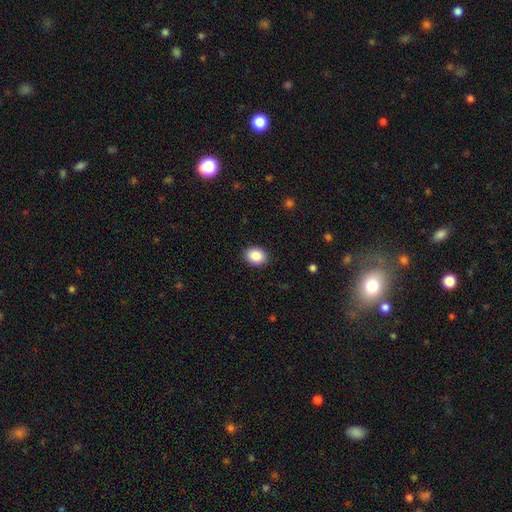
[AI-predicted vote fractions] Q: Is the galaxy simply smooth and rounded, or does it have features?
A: smooth — 89%.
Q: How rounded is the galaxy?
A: in between — 57%.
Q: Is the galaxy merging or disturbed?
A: none — 90%.